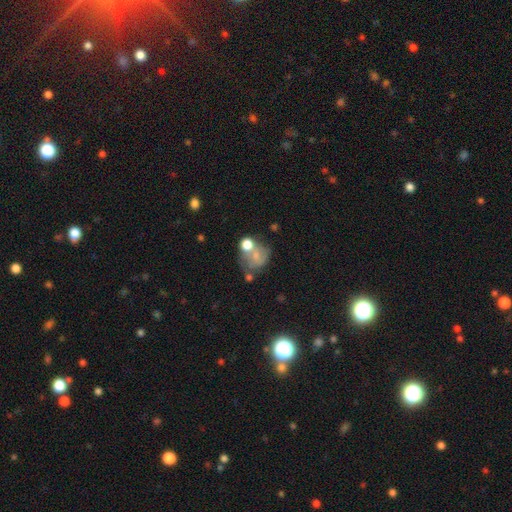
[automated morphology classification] Smooth or featured?
  - smooth: 55% *
  - featured or disk: 33%
  - star or artifact: 12%
How rounded?
  - round: 57% *
  - in between: 41%
  - cigar-shaped: 1%
Merging?
  - none: 31% * (tied)
  - merger: 31% * (tied)
  - minor disturbance: 19%
  - major disturbance: 19%